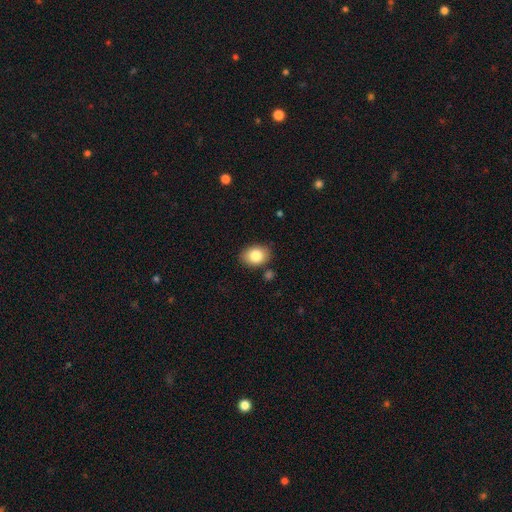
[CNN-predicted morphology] Smooth or featured? Predicted: smooth (p=0.83). How rounded? Predicted: in between (p=0.71). Merging? Predicted: none (p=0.82).